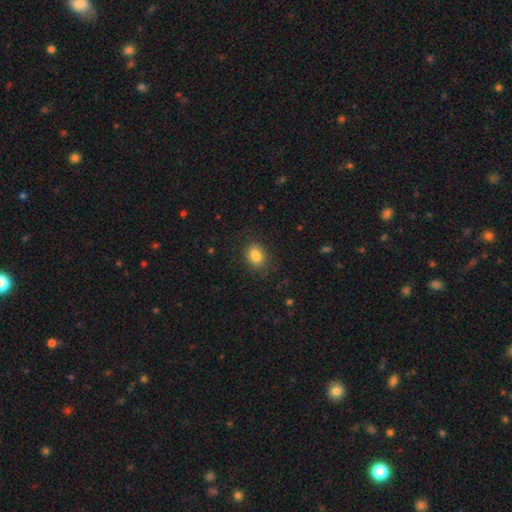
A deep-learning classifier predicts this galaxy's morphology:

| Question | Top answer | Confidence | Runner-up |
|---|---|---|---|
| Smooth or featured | smooth | 84% | star or artifact (10%) |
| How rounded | in between | 60% | round (39%) |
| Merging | none | 80% | minor disturbance (14%) |